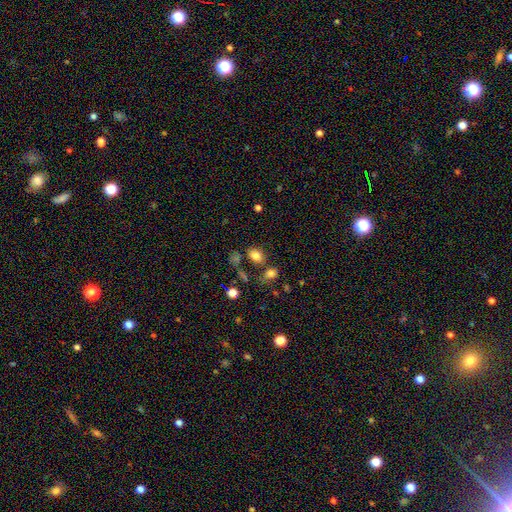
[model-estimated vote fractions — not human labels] The model was most divided on "how rounded": in between: 61%, round: 38%, cigar-shaped: 1%. More confident: smooth or featured — smooth (80%); merging — none (67%).